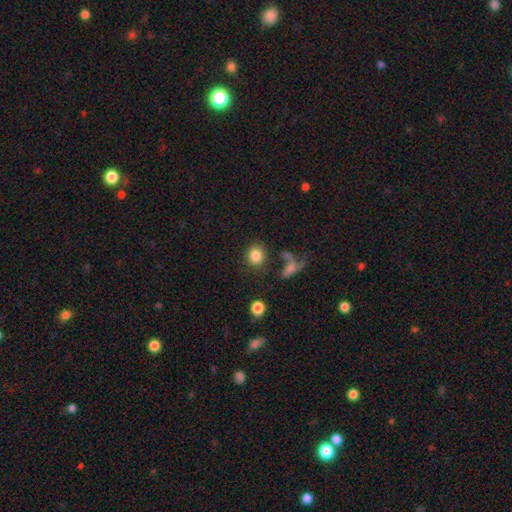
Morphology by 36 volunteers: This appears to be a smooth galaxy with no disk features (83%) that is round (73%). Merging: none (88%).